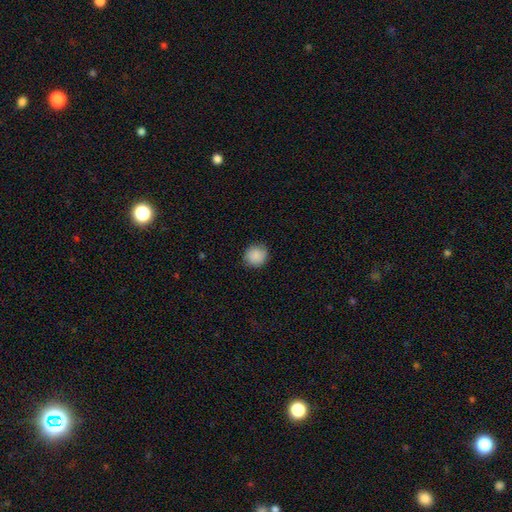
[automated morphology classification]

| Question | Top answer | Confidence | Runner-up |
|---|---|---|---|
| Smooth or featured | smooth | 88% | star or artifact (8%) |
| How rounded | round | 89% | in between (10%) |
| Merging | none | 86% | minor disturbance (11%) |